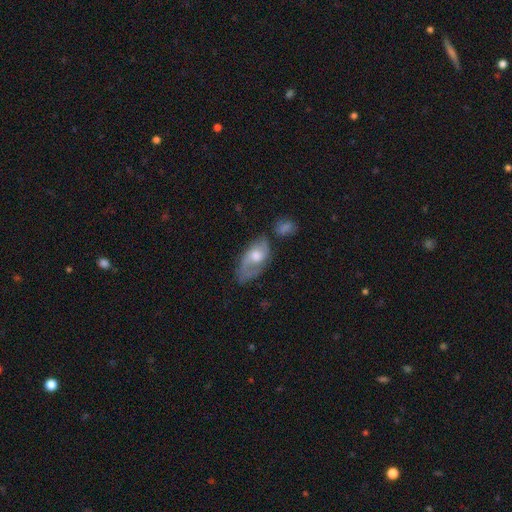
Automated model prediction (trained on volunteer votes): This appears to be a featured or disk galaxy (57%) with no bar (65%), spiral arms (76%) and a moderate central bulge (64%). Merging: none (49%).